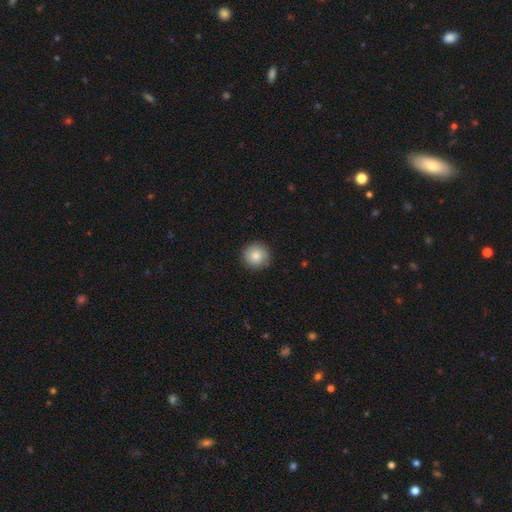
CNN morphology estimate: The model was most divided on "smooth or featured": smooth: 85%, star or artifact: 8%, featured or disk: 7%. More confident: how rounded — round (94%); merging — none (90%).